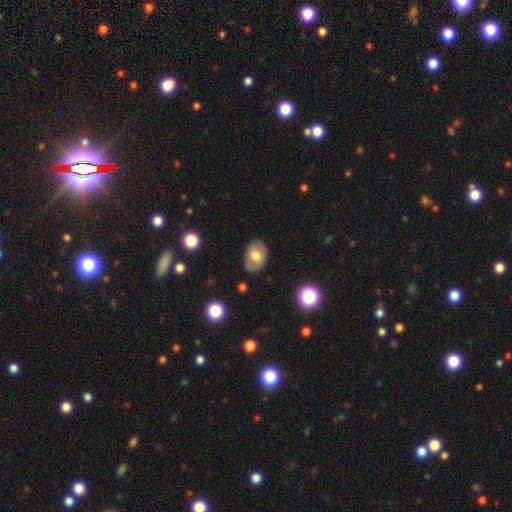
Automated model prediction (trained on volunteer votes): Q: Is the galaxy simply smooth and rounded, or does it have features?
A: smooth — 64%.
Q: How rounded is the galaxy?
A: in between — 76%.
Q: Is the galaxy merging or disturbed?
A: none — 82%.